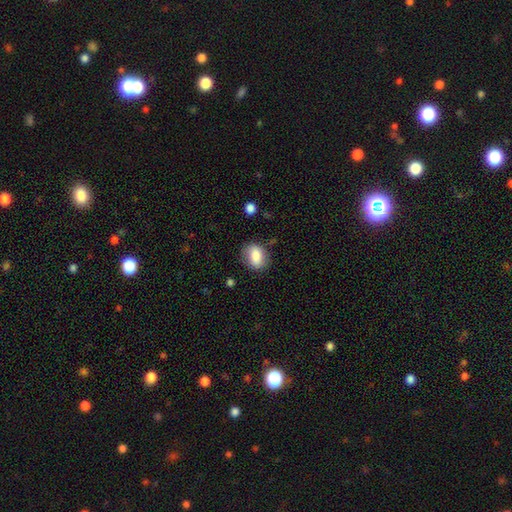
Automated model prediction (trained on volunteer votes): Morphology: type=smooth (82%); roundness=in between (67%); merging=none (75%).